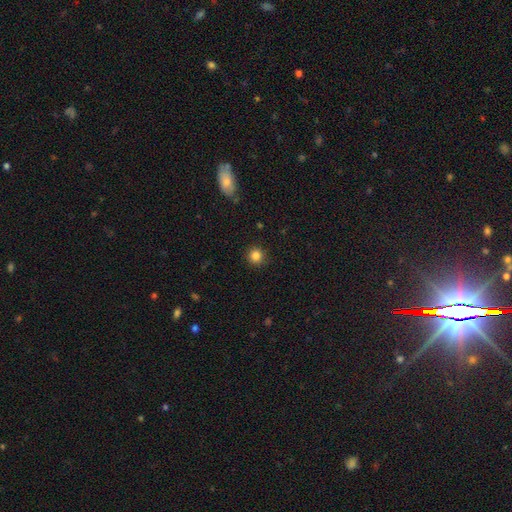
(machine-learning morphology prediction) This is clearly a smooth galaxy (84%). How rounded: clearly round (94%). Merging: clearly none (91%).